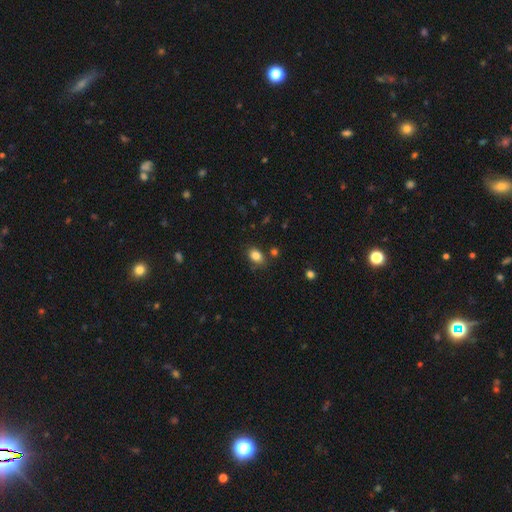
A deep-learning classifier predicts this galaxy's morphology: Q: Smooth or featured?
A: smooth (84%); runner-up: star or artifact (10%)
Q: How rounded?
A: in between (75%); runner-up: round (24%)
Q: Merging?
A: none (80%); runner-up: minor disturbance (13%)